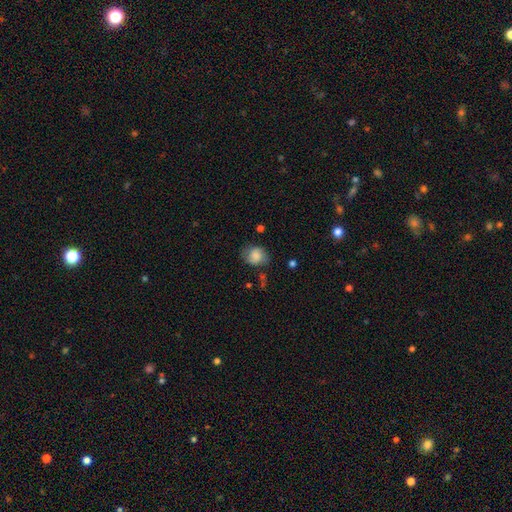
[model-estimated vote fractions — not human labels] Morphology: type=smooth (76%); roundness=round (57%); merging=none (62%).